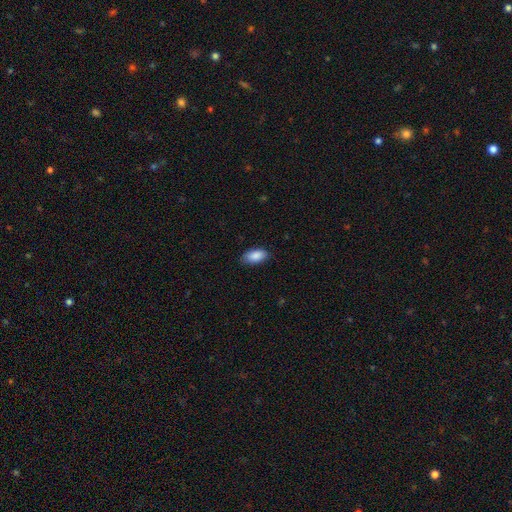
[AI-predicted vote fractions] smooth_or_featured: smooth (p=0.89) [alt: star or artifact p=0.06]
how_rounded: in between (p=0.93) [alt: cigar-shaped p=0.04]
merging: none (p=0.81) [alt: minor disturbance p=0.15]